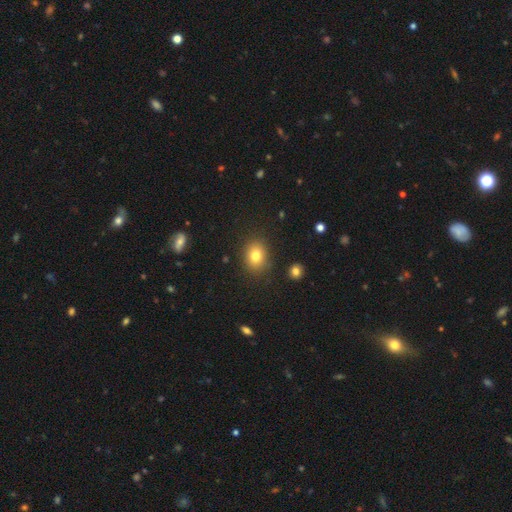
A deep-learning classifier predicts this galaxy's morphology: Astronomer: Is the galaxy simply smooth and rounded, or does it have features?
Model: smooth — 79%.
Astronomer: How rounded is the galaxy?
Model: round — 50% (runner-up: in between, 49%).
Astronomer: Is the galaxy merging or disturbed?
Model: none — 86%.